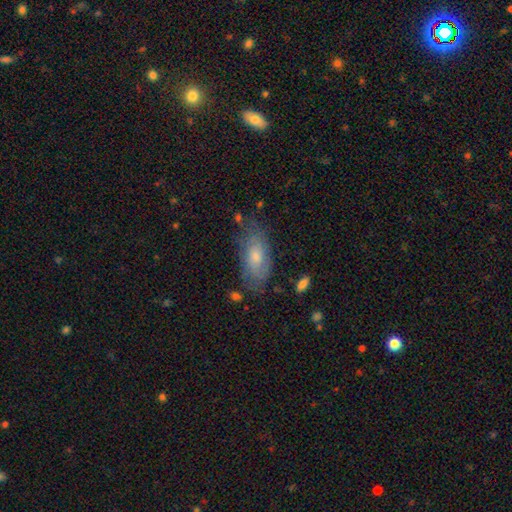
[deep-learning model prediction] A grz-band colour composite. It shows a smooth galaxy with no disk features (56%) that is in between round and cigar-shaped (86%). Merging: none (68%).